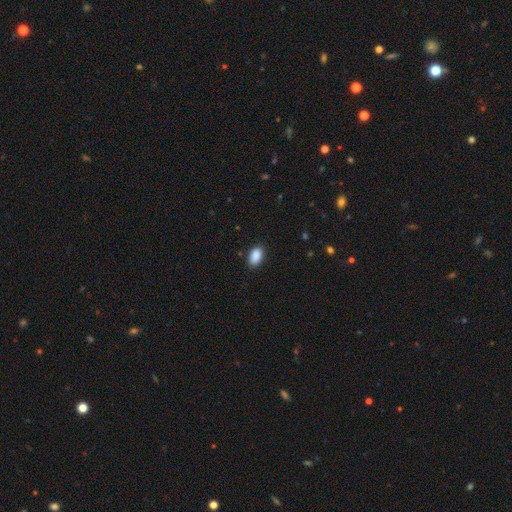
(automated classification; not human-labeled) A smooth galaxy with no disk features (90%) that is in between round and cigar-shaped (92%). Merging: none (87%).